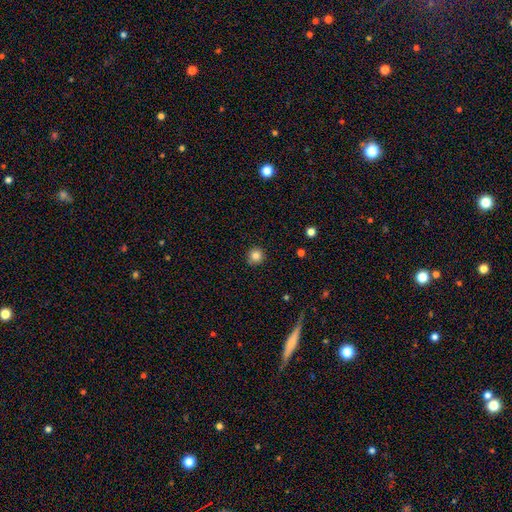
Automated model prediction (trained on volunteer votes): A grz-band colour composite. It shows a smooth galaxy with no disk features (83%) that is round (94%). Merging: none (91%).